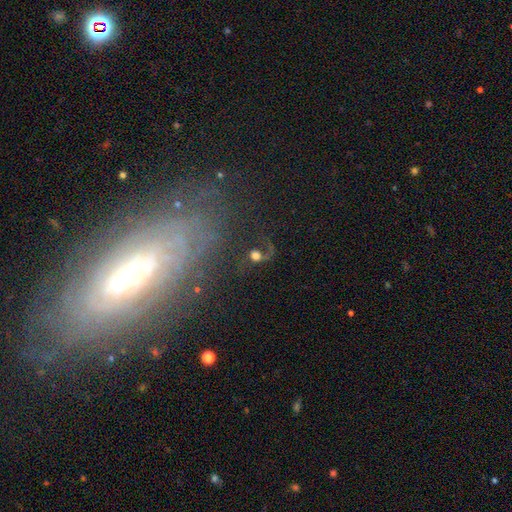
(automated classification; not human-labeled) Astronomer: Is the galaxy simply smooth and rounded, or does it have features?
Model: featured or disk — 45% (runner-up: smooth, 38%).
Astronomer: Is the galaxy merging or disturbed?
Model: none — 41% (runner-up: major disturbance, 31%).